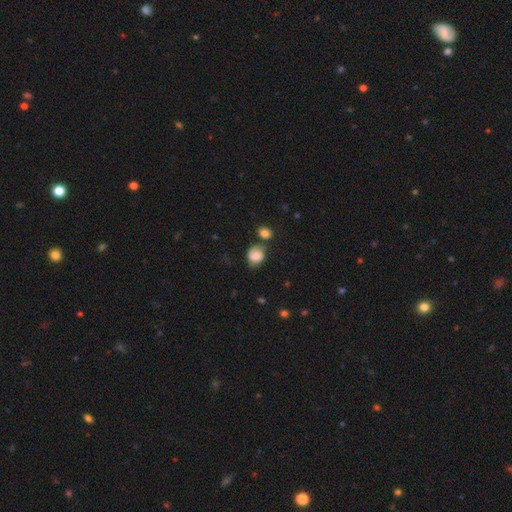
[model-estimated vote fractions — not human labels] This appears to be a smooth galaxy with no disk features (77%) that is round (63%). Merging: none (54%).